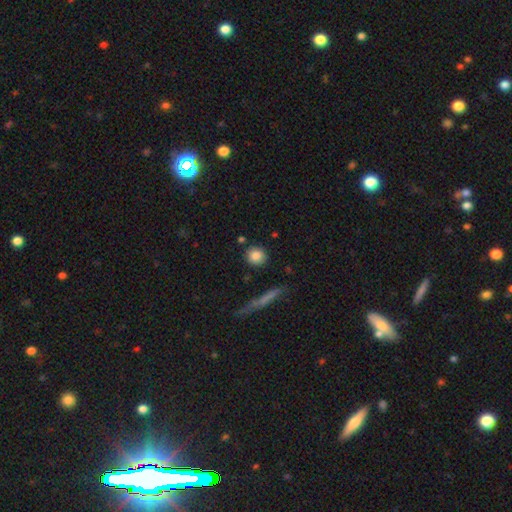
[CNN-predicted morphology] Smooth or featured: smooth — 84% (star or artifact — 8%)
How rounded: round — 88% (in between — 9%)
Merging: none — 85% (minor disturbance — 9%)